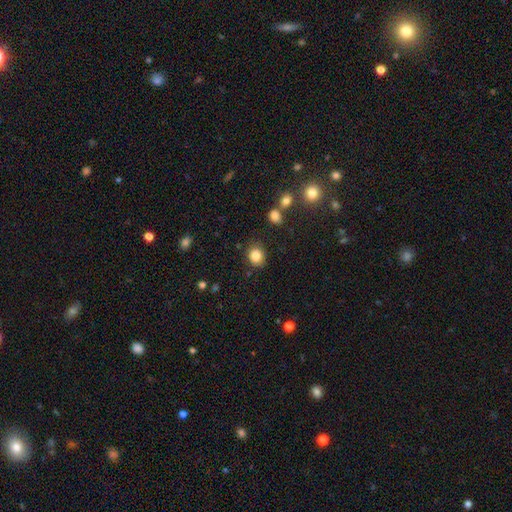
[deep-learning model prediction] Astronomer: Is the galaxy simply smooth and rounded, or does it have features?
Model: smooth — 84%.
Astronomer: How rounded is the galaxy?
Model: round — 69%.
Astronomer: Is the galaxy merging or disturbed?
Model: none — 83%.